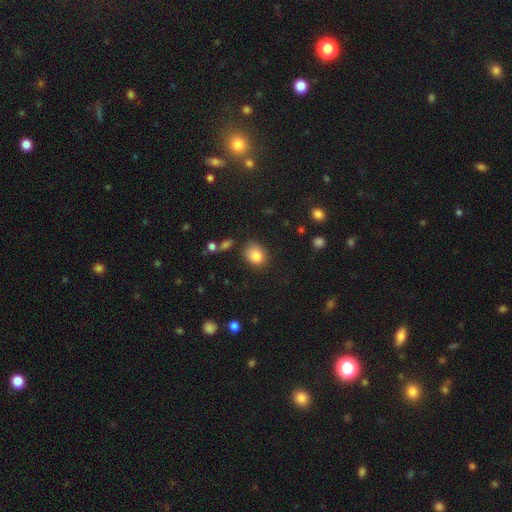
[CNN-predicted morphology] smooth_or_featured: smooth (p=0.84) [alt: star or artifact p=0.10]
how_rounded: round (p=0.51) [alt: in between p=0.48]
merging: none (p=0.76) [alt: minor disturbance p=0.17]